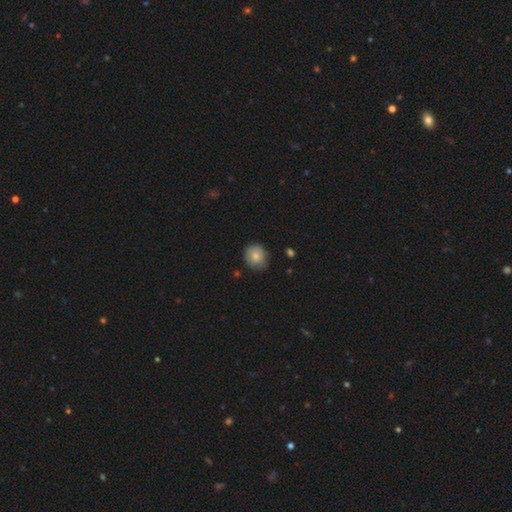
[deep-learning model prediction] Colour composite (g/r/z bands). It shows a smooth galaxy with no disk features (78%) that is round (80%). Merging: none (76%).